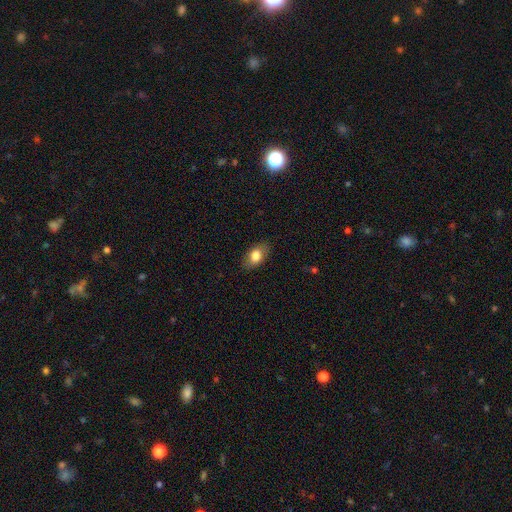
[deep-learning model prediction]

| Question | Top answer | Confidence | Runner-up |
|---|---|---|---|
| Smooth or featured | smooth | 79% | featured or disk (14%) |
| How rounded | in between | 88% | round (10%) |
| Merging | none | 85% | minor disturbance (11%) |